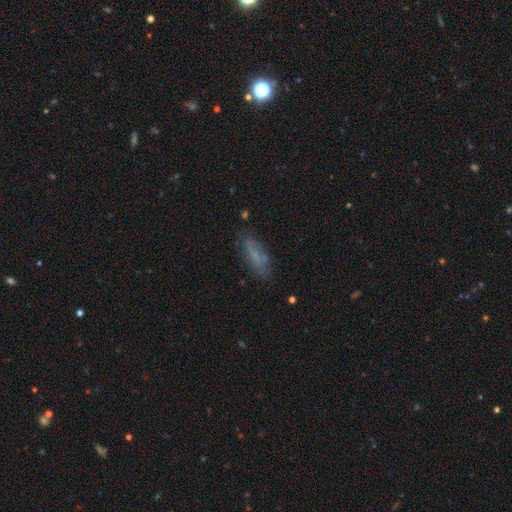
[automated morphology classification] Smooth or featured?
  - smooth: 66% *
  - featured or disk: 24%
  - star or artifact: 10%
How rounded?
  - cigar-shaped: 49% *
  - in between: 48%
  - round: 2%
Merging?
  - none: 74% *
  - minor disturbance: 18%
  - major disturbance: 6%
  - merger: 2%